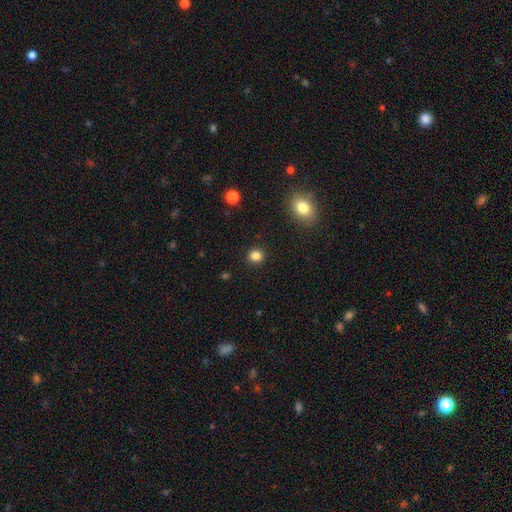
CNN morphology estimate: Smooth or featured?
  - smooth: 85% *
  - star or artifact: 12%
  - featured or disk: 4%
How rounded?
  - round: 84% *
  - in between: 15%
  - cigar-shaped: 1%
Merging?
  - none: 91% *
  - minor disturbance: 5%
  - major disturbance: 2%
  - merger: 1%